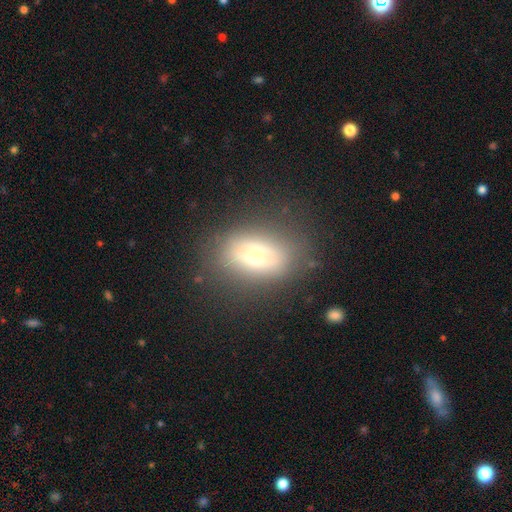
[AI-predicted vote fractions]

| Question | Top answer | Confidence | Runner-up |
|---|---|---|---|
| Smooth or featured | smooth | 44% | tied: featured or disk (44%) |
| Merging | none | 69% | minor disturbance (18%) |